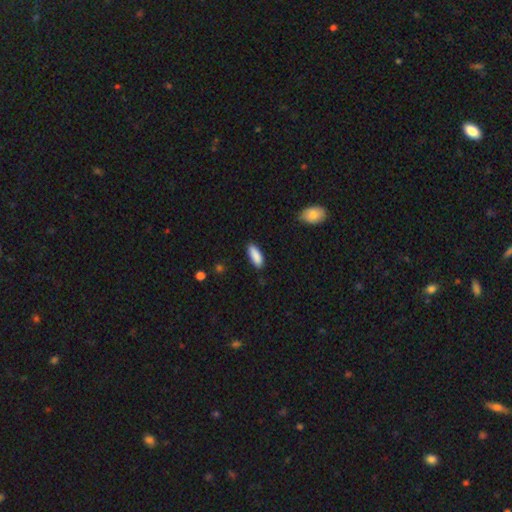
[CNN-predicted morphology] A smooth galaxy with no disk features (89%) that is in between round and cigar-shaped (68%). Merging: none (82%).